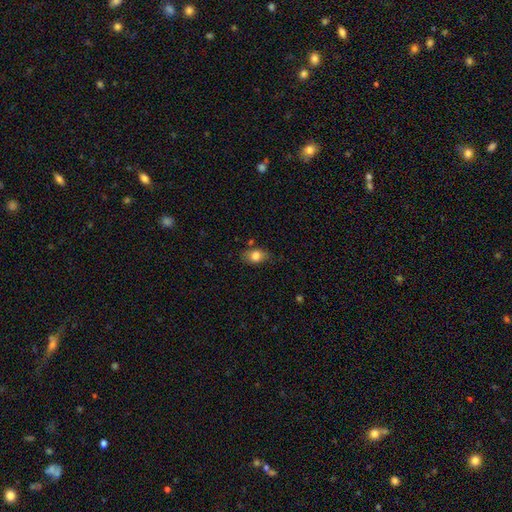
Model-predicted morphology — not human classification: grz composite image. It shows a smooth galaxy with no disk features (81%) that is in between round and cigar-shaped (80%). Merging: none (72%).